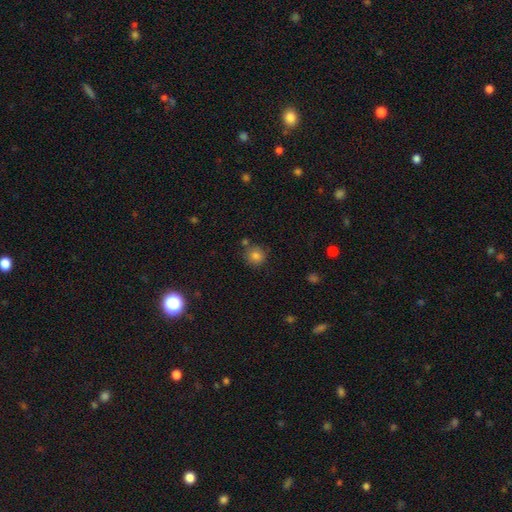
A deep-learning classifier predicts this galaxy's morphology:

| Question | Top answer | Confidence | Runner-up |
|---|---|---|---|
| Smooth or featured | smooth | 81% | star or artifact (12%) |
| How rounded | round | 91% | in between (8%) |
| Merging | none | 78% | minor disturbance (11%) |